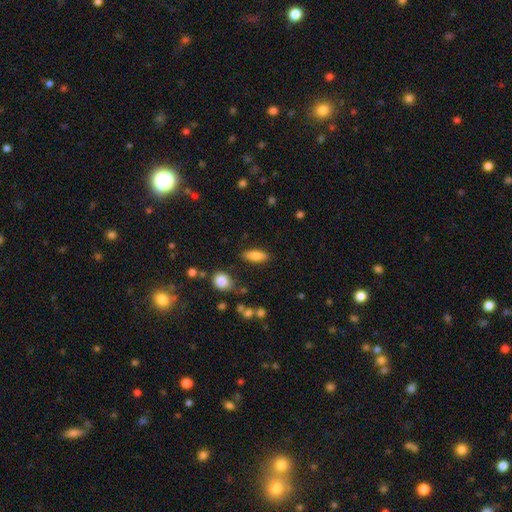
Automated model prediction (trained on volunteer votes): Smooth or featured? smooth (83%)
How rounded? in between (68%)
Merging? none (84%)